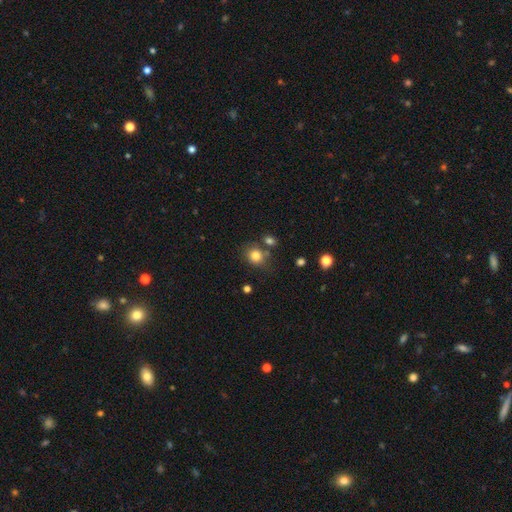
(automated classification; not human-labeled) This is clearly a smooth galaxy (81%). How rounded: likely round (74%). Merging: likely none (68%).